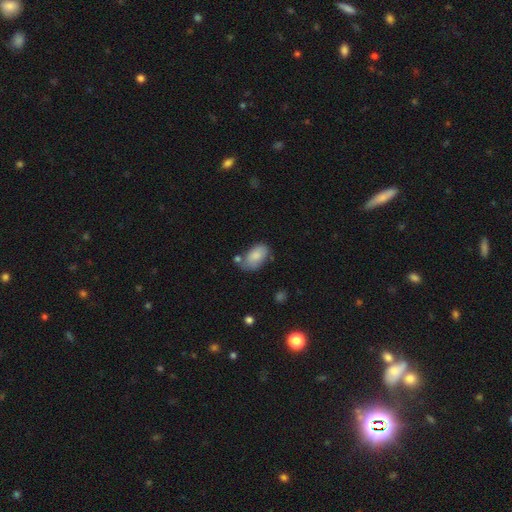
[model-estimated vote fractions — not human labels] Morphology: type=smooth (82%); roundness=in between (93%); merging=none (56%).